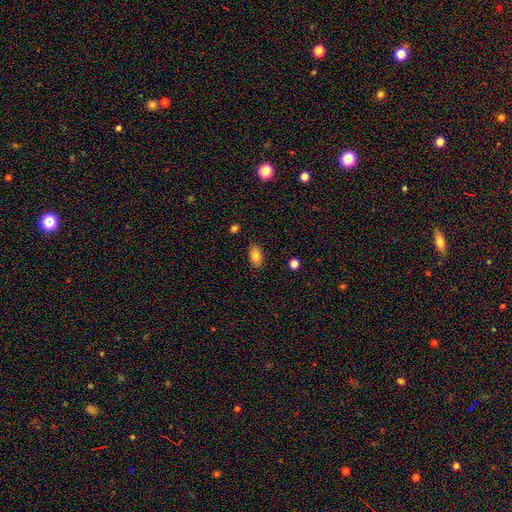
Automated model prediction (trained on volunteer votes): Q: Smooth or featured?
A: smooth (82%); runner-up: featured or disk (9%)
Q: How rounded?
A: in between (89%); runner-up: round (8%)
Q: Merging?
A: none (86%); runner-up: minor disturbance (11%)